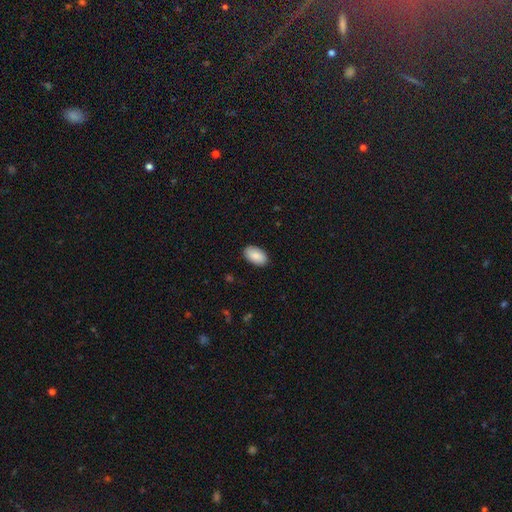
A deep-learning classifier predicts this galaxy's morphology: Smooth or featured: smooth — 86% (featured or disk — 8%)
How rounded: in between — 94% (round — 4%)
Merging: none — 88% (minor disturbance — 9%)